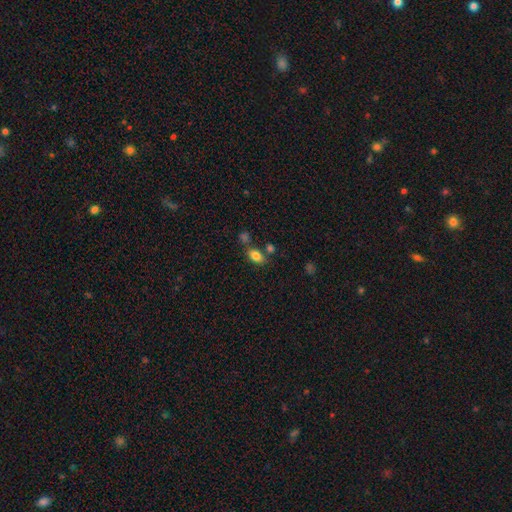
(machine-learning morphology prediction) Smooth or featured?
  - smooth: 82% *
  - star or artifact: 10%
  - featured or disk: 8%
How rounded?
  - in between: 85% *
  - round: 12%
  - cigar-shaped: 2%
Merging?
  - none: 65% *
  - merger: 16%
  - minor disturbance: 14%
  - major disturbance: 5%